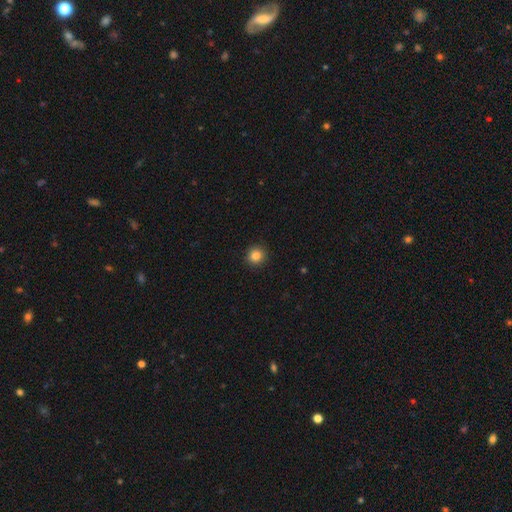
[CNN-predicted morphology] Q: Smooth or featured?
A: smooth (85%); runner-up: star or artifact (11%)
Q: How rounded?
A: round (93%); runner-up: in between (6%)
Q: Merging?
A: none (92%); runner-up: minor disturbance (5%)